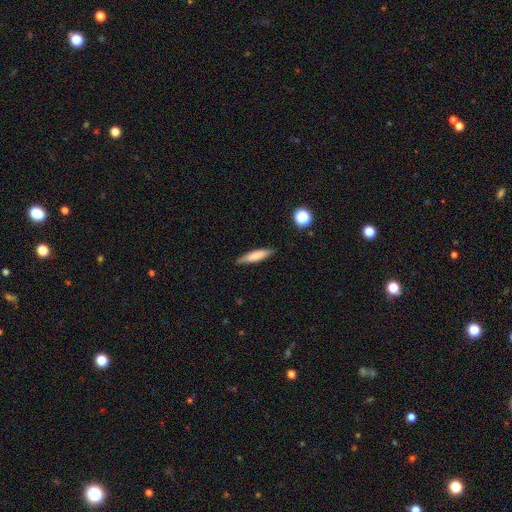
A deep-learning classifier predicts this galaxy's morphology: This appears to be a smooth galaxy with no disk features (73%) that is cigar-shaped (76%). Merging: none (83%).